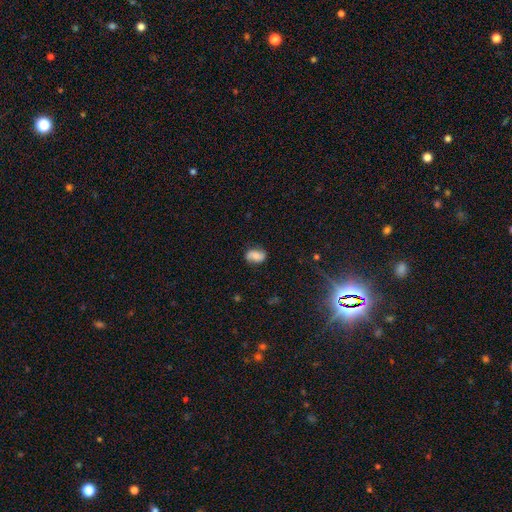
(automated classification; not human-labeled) Morphology: type=smooth (63%); roundness=in between (82%); merging=none (77%).